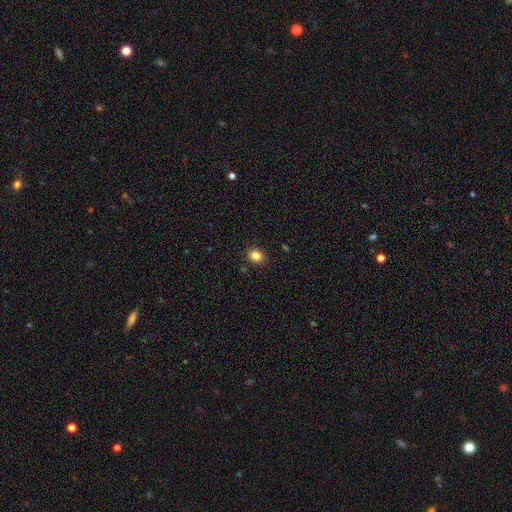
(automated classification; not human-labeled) This appears to be a smooth galaxy with no disk features (84%) that is in between round and cigar-shaped (50%). Merging: none (87%).